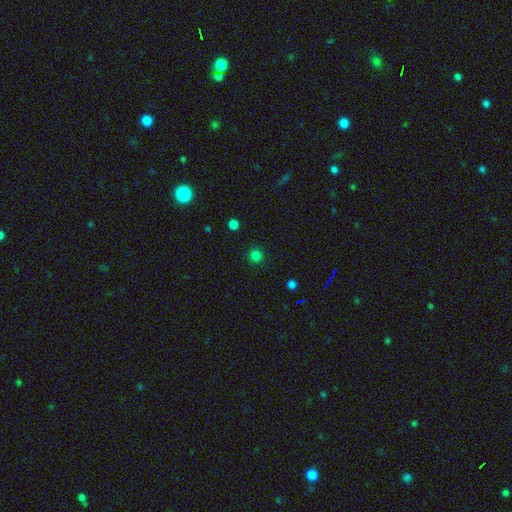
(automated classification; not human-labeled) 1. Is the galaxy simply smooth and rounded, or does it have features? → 80% smooth, 17% star or artifact, 3% featured or disk.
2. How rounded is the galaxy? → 94% round, 5% in between, 1% cigar-shaped.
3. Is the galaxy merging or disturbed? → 91% none, 6% minor disturbance, 2% major disturbance, 1% merger.